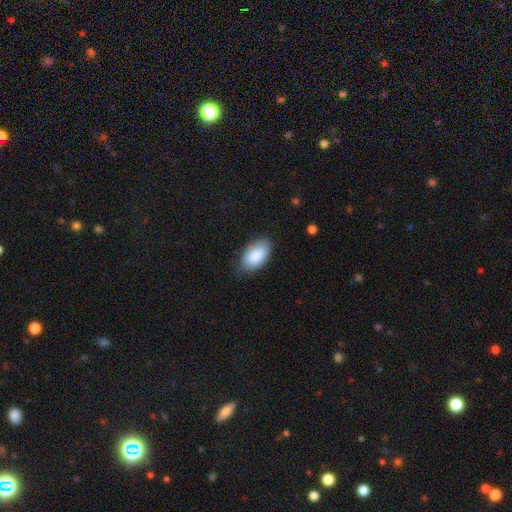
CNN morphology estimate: A smooth galaxy with no disk features (86%) that is in between round and cigar-shaped (95%).

Vote fractions:
- Smooth or featured? smooth: 86% / featured or disk: 8% / star or artifact: 6%
- How rounded? in between: 95% / round: 4% / cigar-shaped: 2%
- Merging? none: 75% / minor disturbance: 20% / major disturbance: 4% / merger: 1%